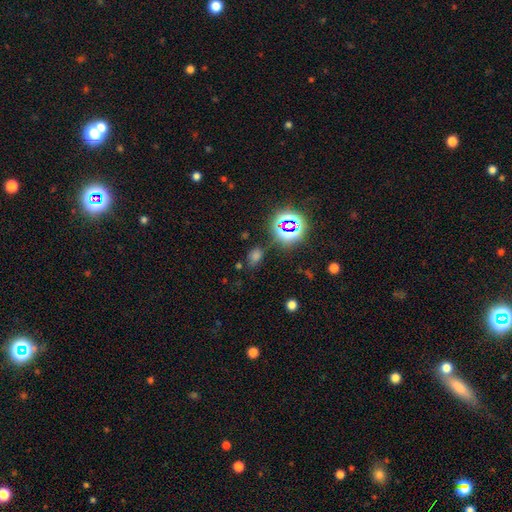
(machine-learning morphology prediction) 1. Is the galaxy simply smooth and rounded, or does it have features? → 55% smooth, 38% star or artifact, 6% featured or disk.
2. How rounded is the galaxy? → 67% in between, 31% round, 3% cigar-shaped.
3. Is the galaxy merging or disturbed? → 75% none, 15% minor disturbance, 6% major disturbance, 5% merger.